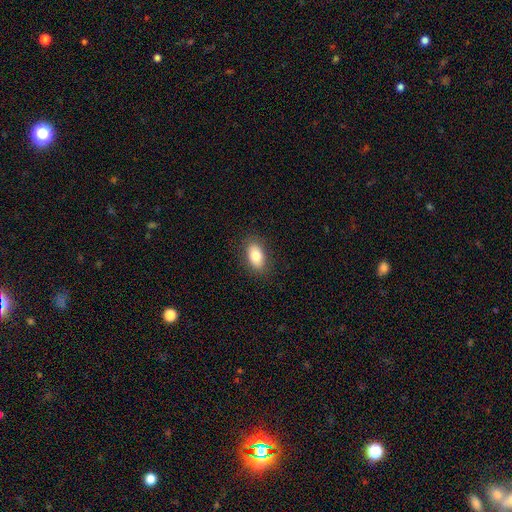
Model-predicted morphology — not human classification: Smooth or featured: smooth — 81% (featured or disk — 11%)
How rounded: in between — 91% (round — 7%)
Merging: none — 87% (minor disturbance — 9%)